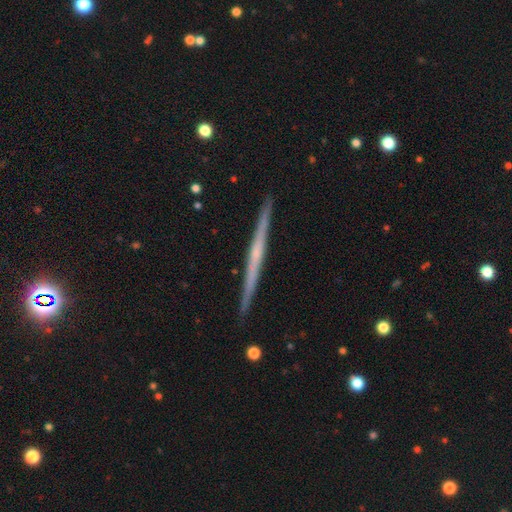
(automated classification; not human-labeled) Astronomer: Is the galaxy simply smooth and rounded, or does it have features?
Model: featured or disk — 70%.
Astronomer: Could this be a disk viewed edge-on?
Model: yes — 98%.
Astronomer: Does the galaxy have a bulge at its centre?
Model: none — 66%.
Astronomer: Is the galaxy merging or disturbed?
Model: none — 92%.